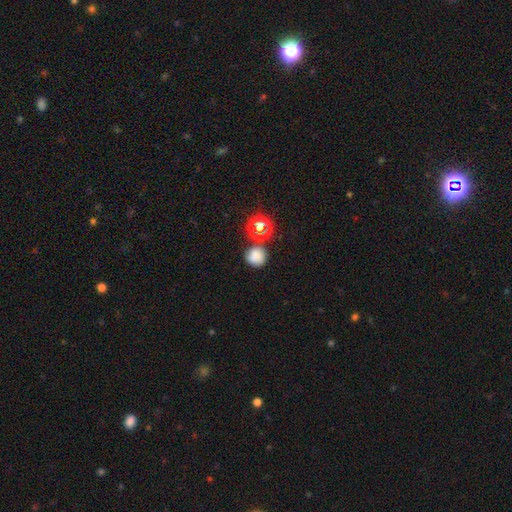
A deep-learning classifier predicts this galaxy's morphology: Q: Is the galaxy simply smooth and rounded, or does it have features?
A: smooth — 76%.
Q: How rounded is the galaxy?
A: round — 88%.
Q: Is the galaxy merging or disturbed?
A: none — 69%.